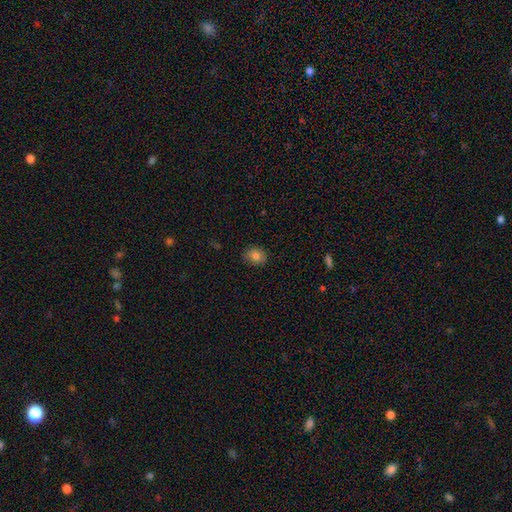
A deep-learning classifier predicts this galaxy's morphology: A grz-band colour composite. It shows a smooth galaxy with no disk features (83%) that is round (50%). Merging: none (84%).